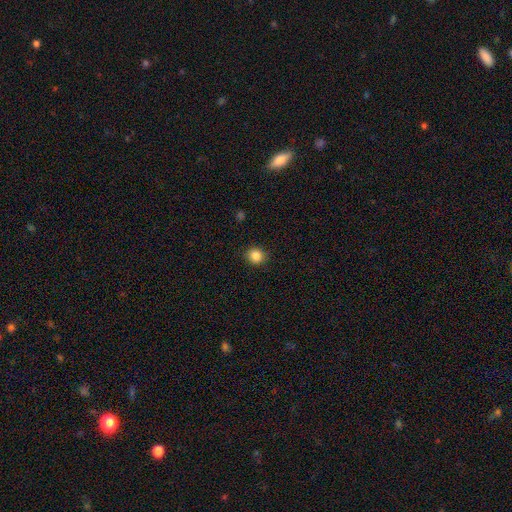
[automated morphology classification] type=smooth (86%); roundness=round (88%); merging=none (91%).